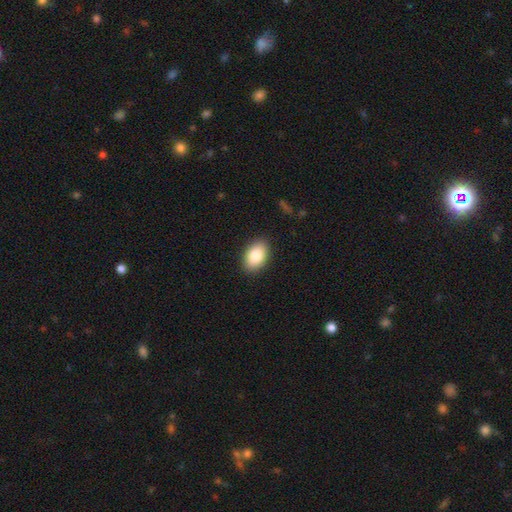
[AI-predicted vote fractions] Smooth or featured? Predicted: smooth (p=0.85). How rounded? Predicted: in between (p=0.89). Merging? Predicted: none (p=0.89).